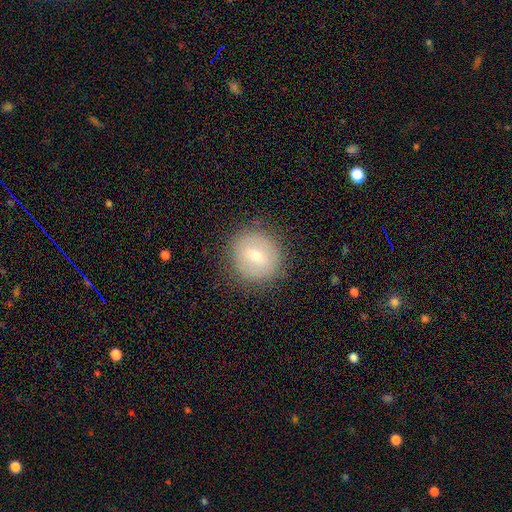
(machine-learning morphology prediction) type=smooth (58%); roundness=round (87%); merging=none (86%).